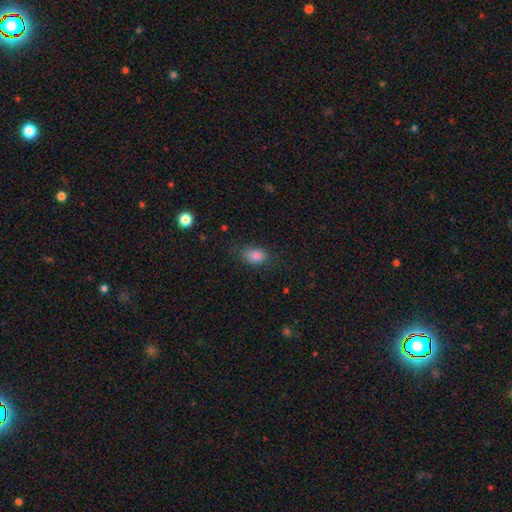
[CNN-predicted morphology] This appears to be a smooth galaxy with no disk features (83%) that is in between round and cigar-shaped (83%). Merging: none (76%).